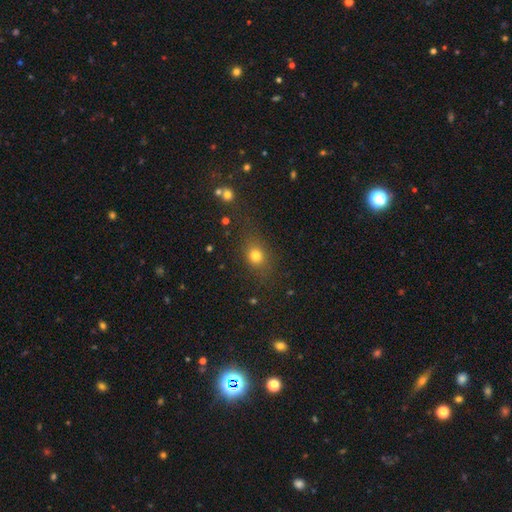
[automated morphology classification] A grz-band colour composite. It shows a smooth galaxy with no disk features (75%) that is round (57%). Merging: none (71%).